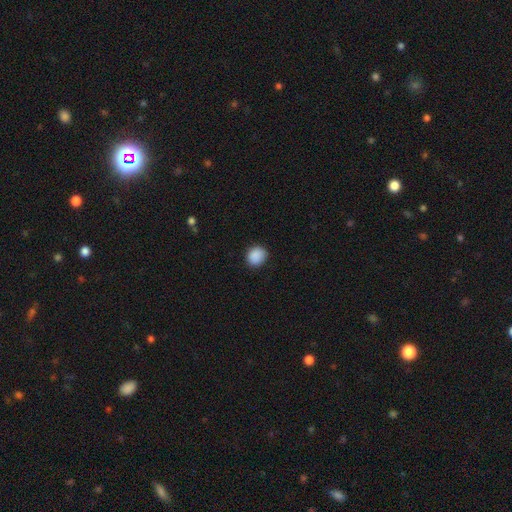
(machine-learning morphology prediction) Overall: smooth (89%). How rounded: round (76%). Merging: none (88%).